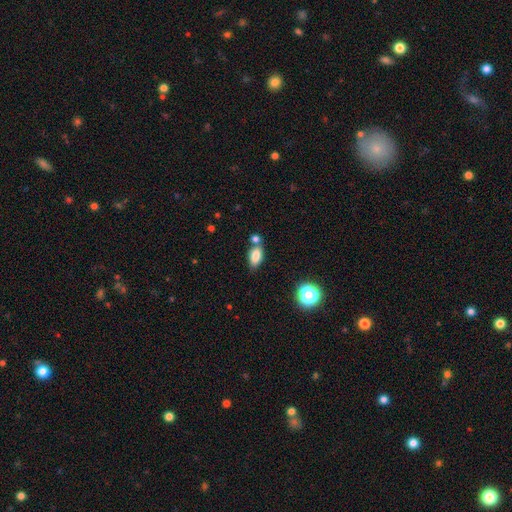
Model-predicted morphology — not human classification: Smooth or featured? Predicted: smooth (p=0.82). How rounded? Predicted: in between (p=0.87). Merging? Predicted: none (p=0.59).